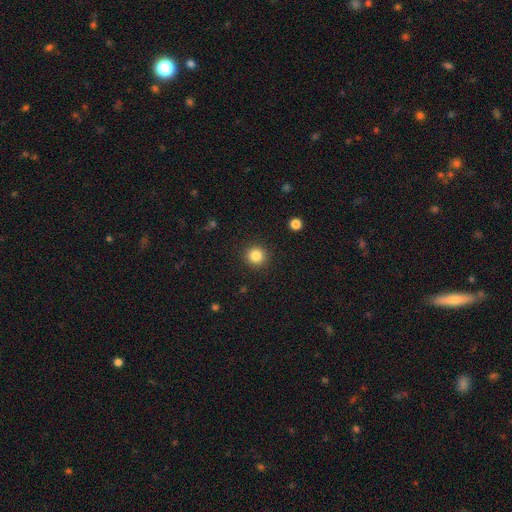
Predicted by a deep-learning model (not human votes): Overall: smooth (84%). How rounded: round (93%). Merging: none (91%).